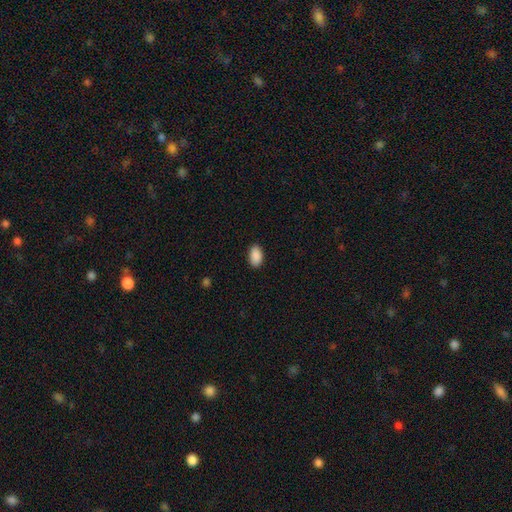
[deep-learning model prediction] A smooth galaxy with no disk features (90%) that is in between round and cigar-shaped (93%). Merging: none (88%).